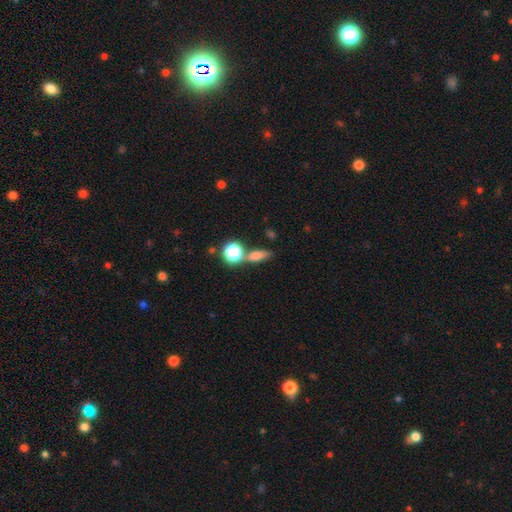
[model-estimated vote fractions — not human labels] smooth 69%, star or artifact 16%, featured or disk 14%. Down the decision tree: how rounded — in between (46%); merging — none (57%).